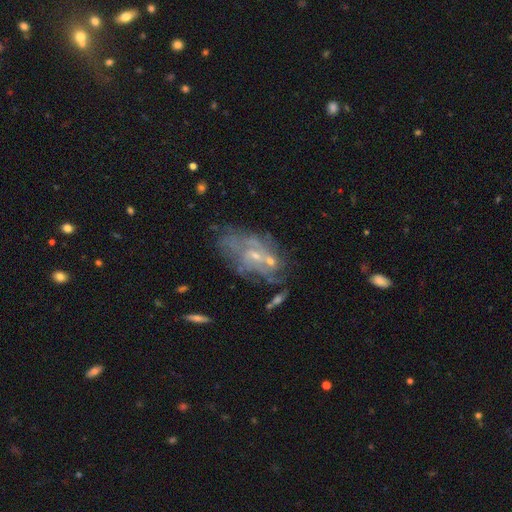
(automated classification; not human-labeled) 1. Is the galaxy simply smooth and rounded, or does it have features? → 72% featured or disk, 17% smooth, 11% star or artifact.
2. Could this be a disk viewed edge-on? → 95% no, 5% yes.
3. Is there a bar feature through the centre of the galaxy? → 63% no, 30% weak, 6% strong.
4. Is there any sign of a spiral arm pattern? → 58% yes, 42% no.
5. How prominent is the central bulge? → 69% small, 21% moderate, 8% none, 1% large, 1% dominant.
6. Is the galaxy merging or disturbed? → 44% none, 20% minor disturbance, 18% major disturbance, 17% merger.